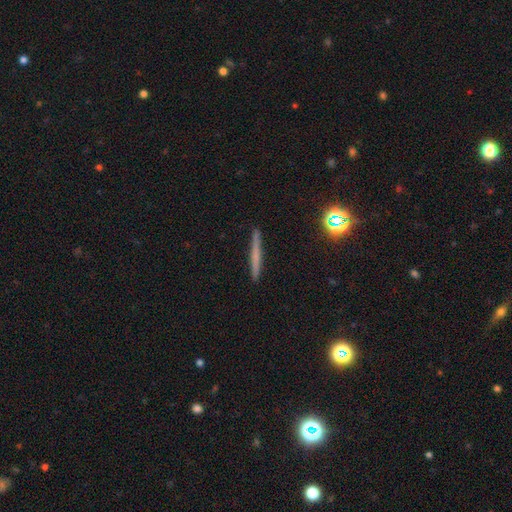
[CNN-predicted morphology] smooth 49%, featured or disk 40%, star or artifact 11%. Down the decision tree: merging — none (91%).